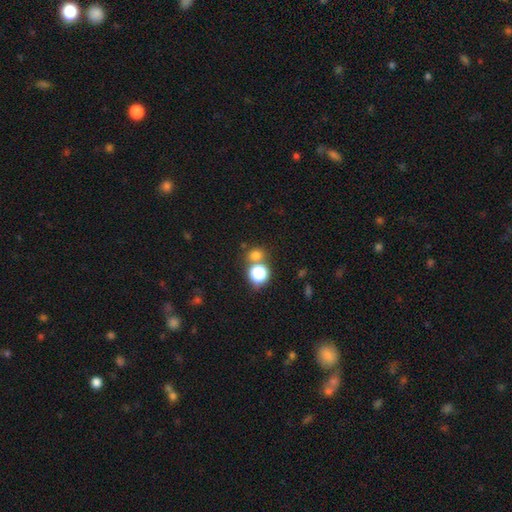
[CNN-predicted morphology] A smooth galaxy with no disk features (71%) that is round (79%). Merging: none (63%).